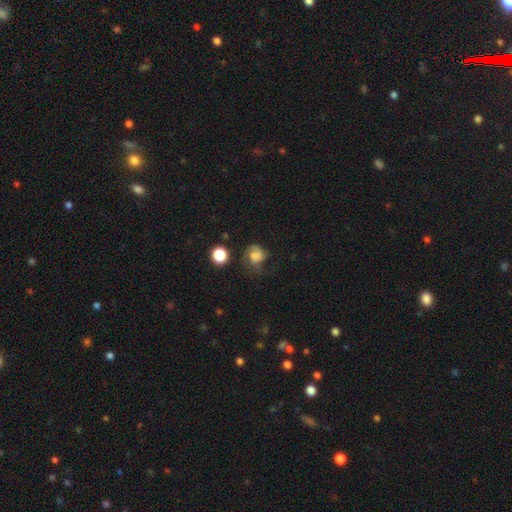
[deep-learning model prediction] Smooth or featured? Predicted: smooth (p=0.65). How rounded? Predicted: round (p=0.68). Merging? Predicted: none (p=0.37).